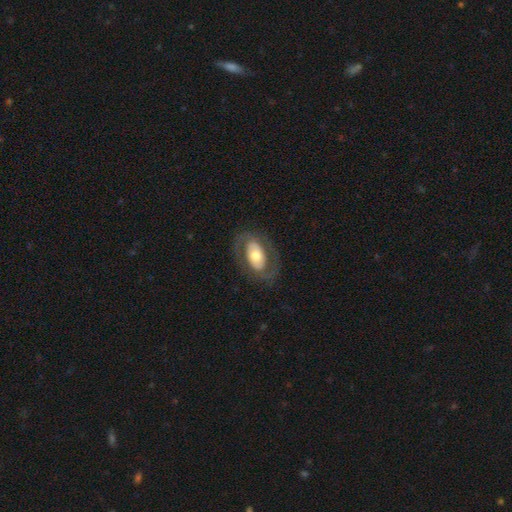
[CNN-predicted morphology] This is possibly a featured or disk galaxy (57%). It is clearly not viewed edge-on (92%). Bar: likely no (67%). Spiral arm pattern: possibly no (59%). Central bulge: likely moderate (61%). Merging: likely none (75%).